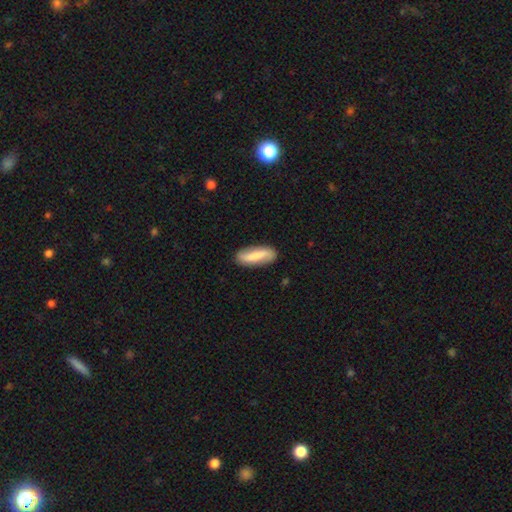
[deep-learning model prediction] The model was most divided on "how rounded": in between: 61%, cigar-shaped: 37%, round: 3%. More confident: merging — none (85%); smooth or featured — smooth (62%).